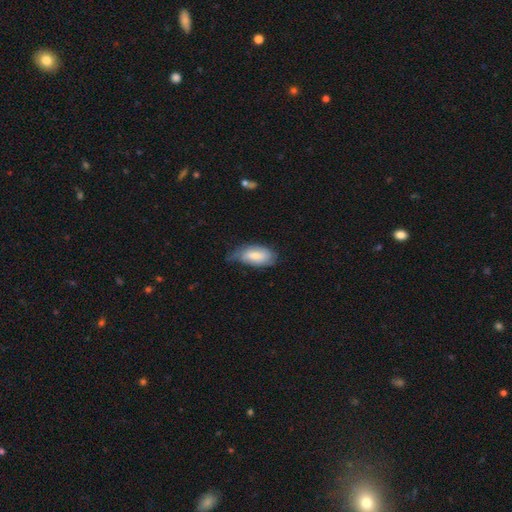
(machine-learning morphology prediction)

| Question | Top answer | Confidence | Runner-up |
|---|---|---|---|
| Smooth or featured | smooth | 67% | featured or disk (27%) |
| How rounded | in between | 91% | cigar-shaped (5%) |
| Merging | minor disturbance | 43% | none (42%) |